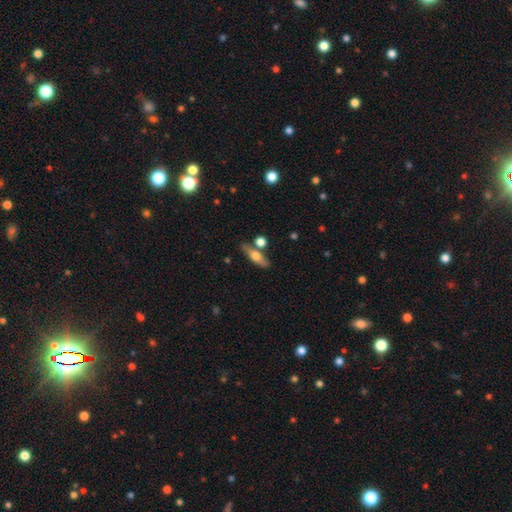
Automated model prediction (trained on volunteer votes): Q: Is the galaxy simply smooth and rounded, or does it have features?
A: smooth — 49%.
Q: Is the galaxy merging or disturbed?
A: none — 72%.